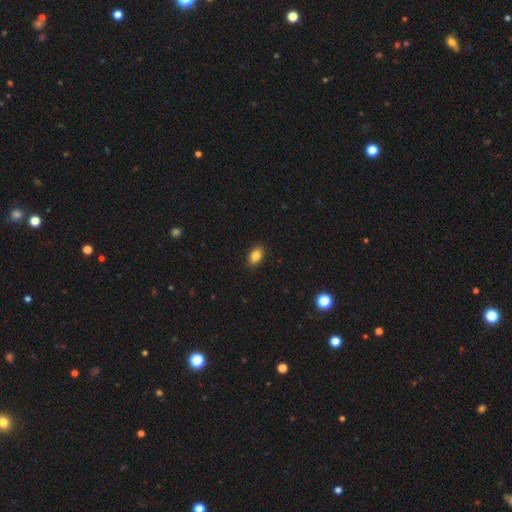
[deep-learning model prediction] This appears to be a smooth galaxy with no disk features (85%) that is in between round and cigar-shaped (87%). Merging: none (89%).